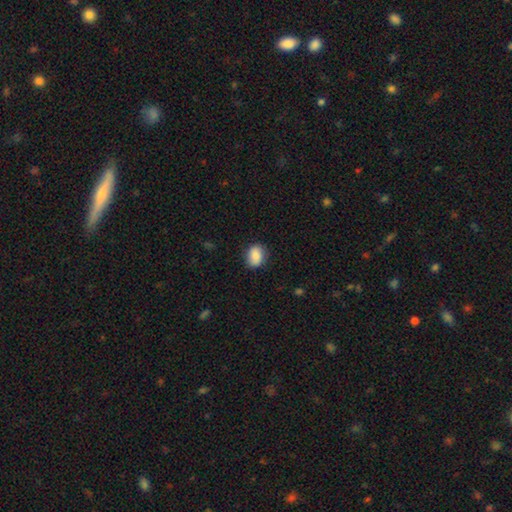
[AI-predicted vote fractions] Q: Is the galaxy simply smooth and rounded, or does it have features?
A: smooth — 84%.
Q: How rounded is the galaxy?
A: in between — 62%.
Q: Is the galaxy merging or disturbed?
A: none — 83%.